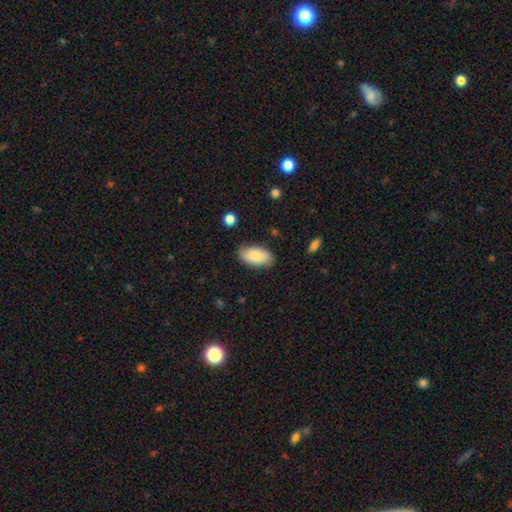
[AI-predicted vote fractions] Overall: smooth (81%). How rounded: in between (94%). Merging: none (81%).